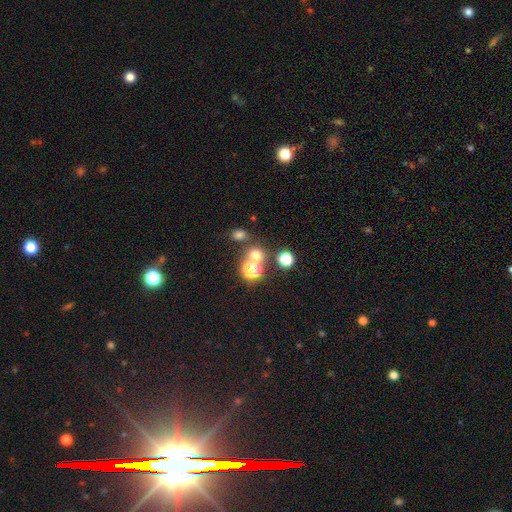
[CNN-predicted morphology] This is likely a smooth galaxy (63%). How rounded: clearly round (82%). Merging: likely none (65%).